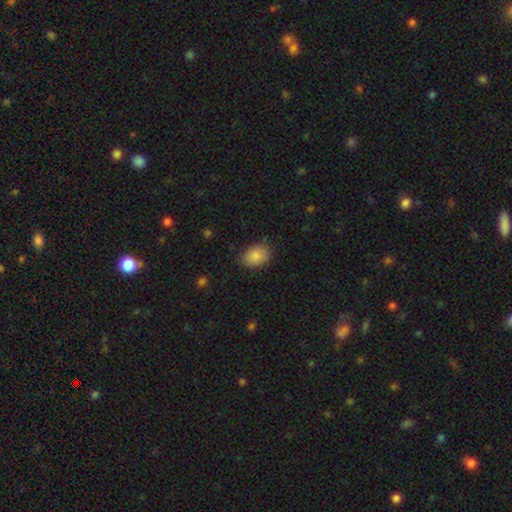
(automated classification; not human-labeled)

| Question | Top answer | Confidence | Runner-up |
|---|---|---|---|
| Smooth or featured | smooth | 86% | star or artifact (8%) |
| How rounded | in between | 81% | round (18%) |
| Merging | none | 77% | minor disturbance (18%) |